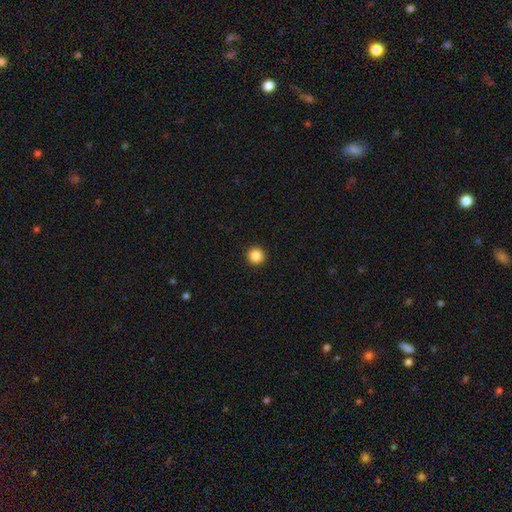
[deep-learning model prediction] Smooth or featured: smooth — 86% (star or artifact — 10%)
How rounded: round — 96% (in between — 3%)
Merging: none — 94% (minor disturbance — 4%)